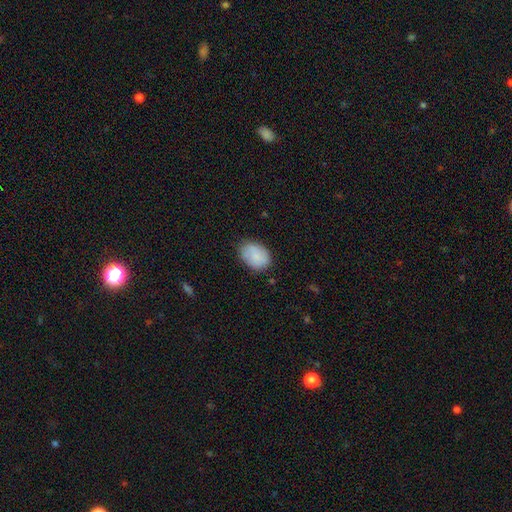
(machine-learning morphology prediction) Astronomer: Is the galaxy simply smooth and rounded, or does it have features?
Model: smooth — 83%.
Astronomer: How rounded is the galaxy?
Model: in between — 75%.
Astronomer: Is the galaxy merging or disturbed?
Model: none — 73%.